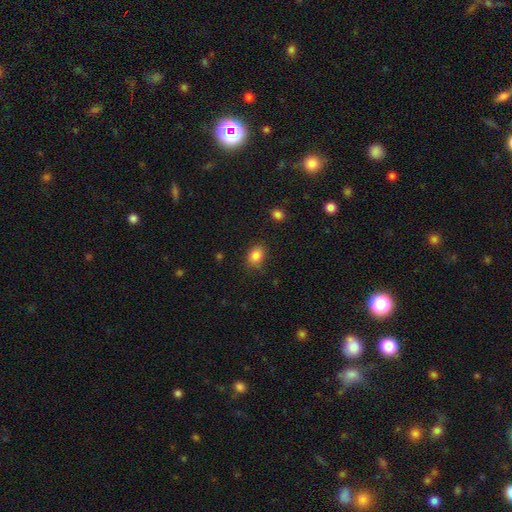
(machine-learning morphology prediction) smooth 84%, star or artifact 10%, featured or disk 6%. Down the decision tree: how rounded — in between (67%); merging — none (77%).